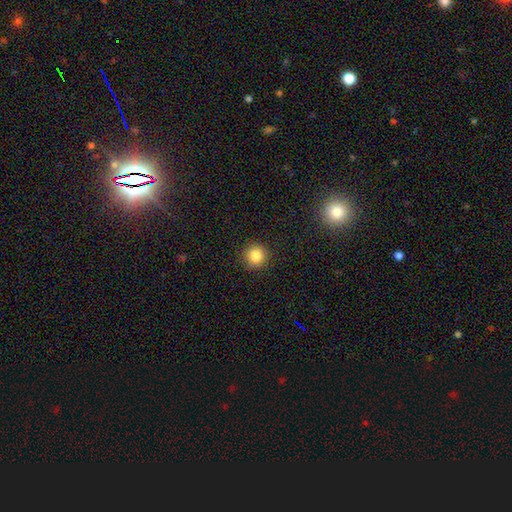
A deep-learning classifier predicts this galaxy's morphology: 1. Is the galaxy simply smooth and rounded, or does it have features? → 85% smooth, 11% star or artifact, 4% featured or disk.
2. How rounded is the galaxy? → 94% round, 5% in between, 1% cigar-shaped.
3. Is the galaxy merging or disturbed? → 91% none, 6% minor disturbance, 2% major disturbance, 1% merger.